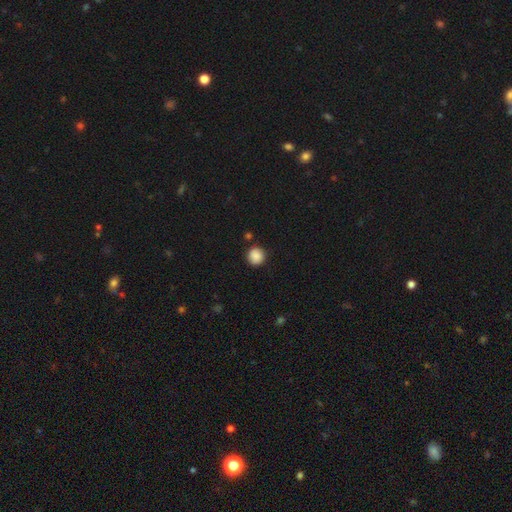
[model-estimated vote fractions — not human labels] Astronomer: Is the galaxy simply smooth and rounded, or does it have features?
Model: smooth — 87%.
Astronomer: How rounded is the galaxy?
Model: round — 91%.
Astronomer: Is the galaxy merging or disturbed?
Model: none — 85%.